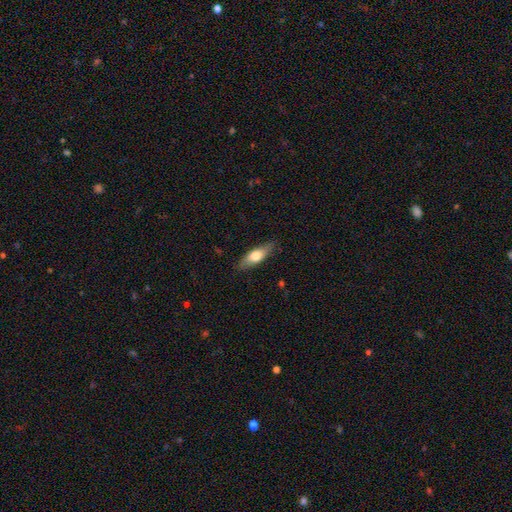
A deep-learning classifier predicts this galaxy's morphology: smooth_or_featured: smooth (p=0.63) [alt: featured or disk p=0.31]
how_rounded: in between (p=0.61) [alt: cigar-shaped p=0.36]
merging: none (p=0.81) [alt: minor disturbance p=0.15]